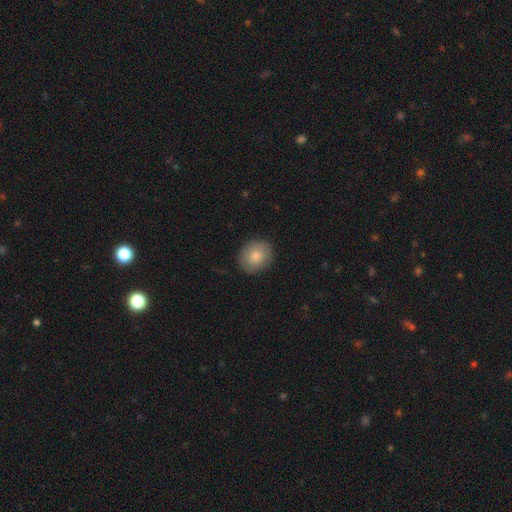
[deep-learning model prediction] A smooth galaxy with no disk features (83%) that is round (70%).

Vote fractions:
- Smooth or featured? smooth: 83% / featured or disk: 10% / star or artifact: 7%
- How rounded? round: 70% / in between: 30% / cigar-shaped: 1%
- Merging? none: 88% / minor disturbance: 9% / major disturbance: 2% / merger: 1%